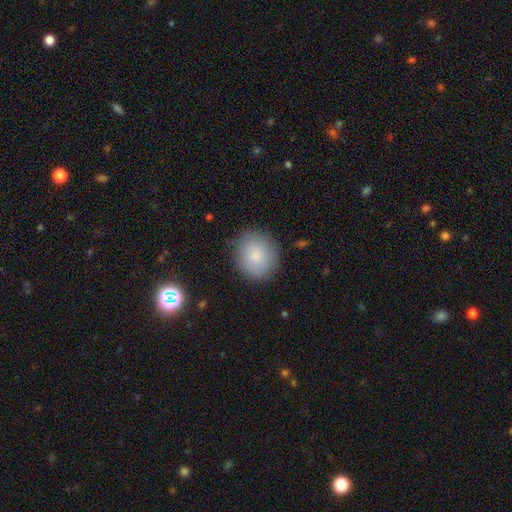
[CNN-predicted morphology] Smooth or featured?
  - smooth: 83% *
  - star or artifact: 9%
  - featured or disk: 8%
How rounded?
  - round: 71% *
  - in between: 28%
  - cigar-shaped: 1%
Merging?
  - none: 85% *
  - minor disturbance: 11%
  - major disturbance: 3%
  - merger: 1%